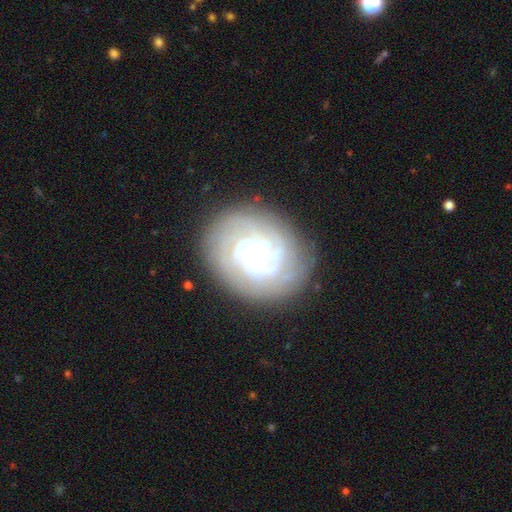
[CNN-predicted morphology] Smooth or featured?
  - featured or disk: 81% *
  - smooth: 13%
  - star or artifact: 6%
Edge-on disk?
  - no: 97% *
  - yes: 3%
Bar?
  - no: 67% *
  - weak: 26%
  - strong: 7%
Spiral arms?
  - yes: 89% *
  - no: 11%
Spiral winding?
  - tight: 72% *
  - medium: 22%
  - loose: 6%
Spiral arm count?
  - can't tell: 39% *
  - 3: 19%
  - 2: 17%
  - 4: 13%
  - more than 4: 7%
  - 1: 6%
Bulge size?
  - small: 69% *
  - moderate: 26%
  - large: 2%
  - none: 2%
  - dominant: 1%
Merging?
  - none: 78% *
  - minor disturbance: 14%
  - major disturbance: 6%
  - merger: 2%